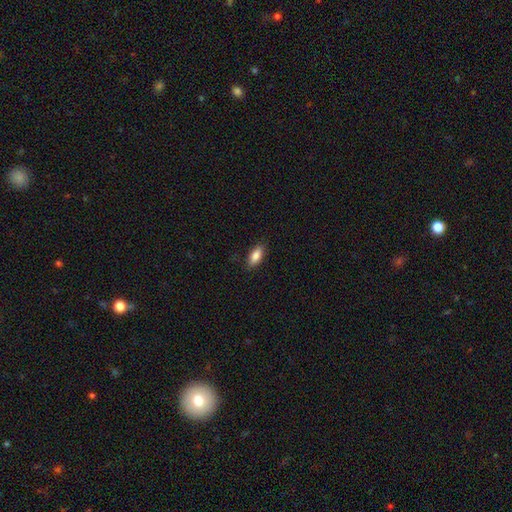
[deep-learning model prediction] A smooth galaxy with no disk features (85%) that is in between round and cigar-shaped (82%). Merging: none (86%).